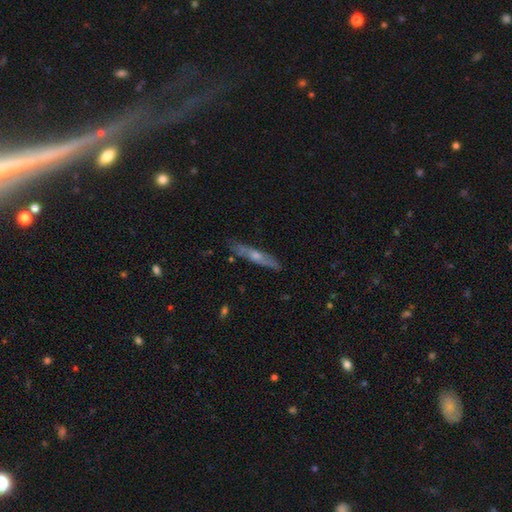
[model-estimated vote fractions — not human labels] featured or disk 57%, smooth 37%, star or artifact 6%. Down the decision tree: edge-on disk — yes (86%); merging — none (84%).